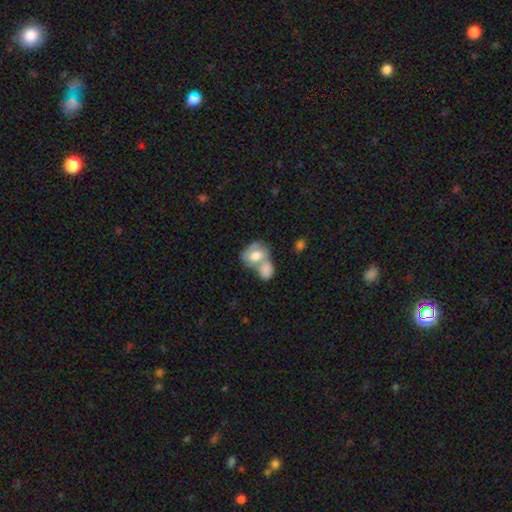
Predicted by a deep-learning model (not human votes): smooth-or-featured: smooth: 63% | featured or disk: 30% | star or artifact: 7%
  how-rounded: in between: 67% | round: 31% | cigar-shaped: 2%
  merging: merger: 68% | none: 17% | minor disturbance: 9% | major disturbance: 6%